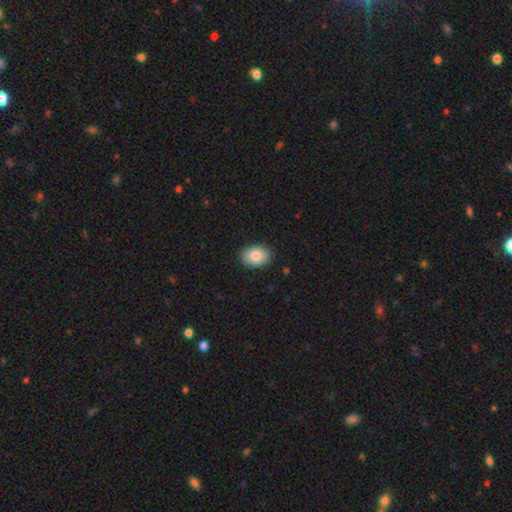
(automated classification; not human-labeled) This is clearly a smooth galaxy (86%). How rounded: likely in between (76%). Merging: clearly none (89%).